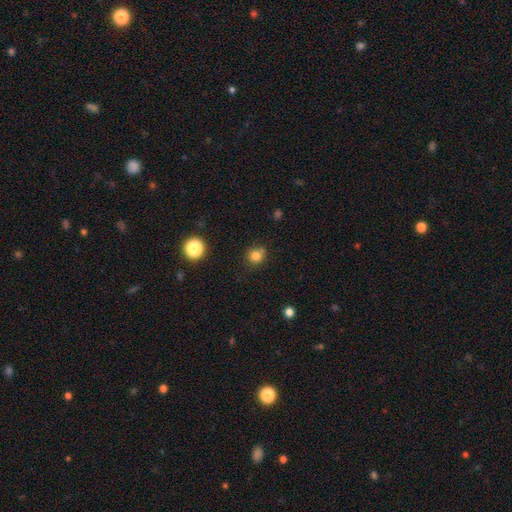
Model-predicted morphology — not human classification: A smooth galaxy with no disk features (81%) that is round (84%). Merging: none (76%).